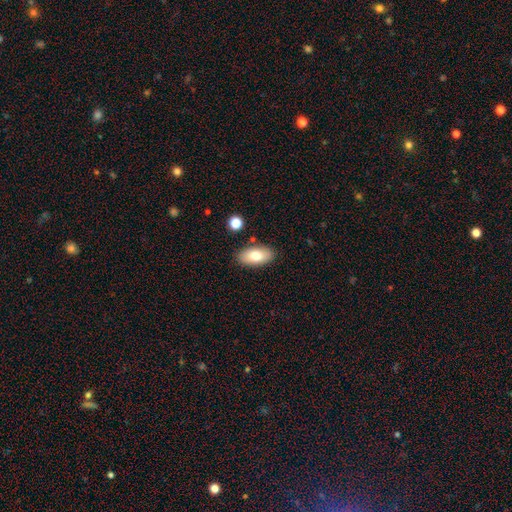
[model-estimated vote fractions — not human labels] Smooth or featured? Predicted: smooth (p=0.75). How rounded? Predicted: in between (p=0.92). Merging? Predicted: none (p=0.86).